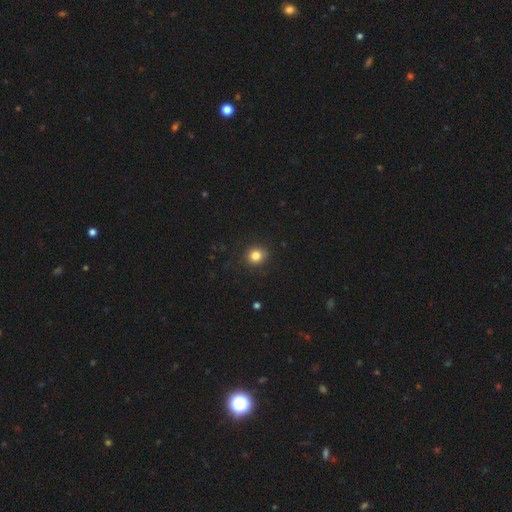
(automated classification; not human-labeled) A smooth galaxy with no disk features (83%) that is round (87%). Merging: none (89%).